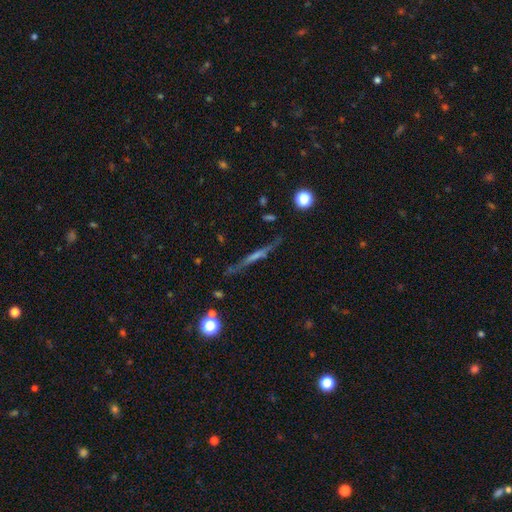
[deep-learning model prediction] Smooth or featured?
  - featured or disk: 60% *
  - smooth: 28%
  - star or artifact: 11%
Edge-on disk?
  - yes: 94% *
  - no: 6%
Edge-on bulge?
  - none: 63% *
  - rounded: 21%
  - boxy: 16%
Merging?
  - none: 80% *
  - minor disturbance: 13%
  - major disturbance: 4%
  - merger: 3%